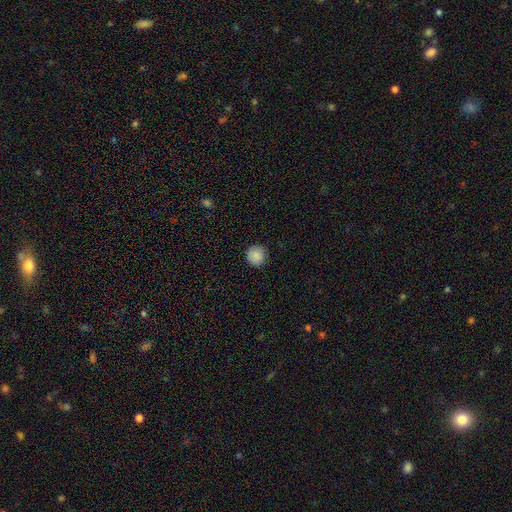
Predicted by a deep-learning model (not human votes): Smooth or featured? smooth (88%)
How rounded? round (95%)
Merging? none (90%)